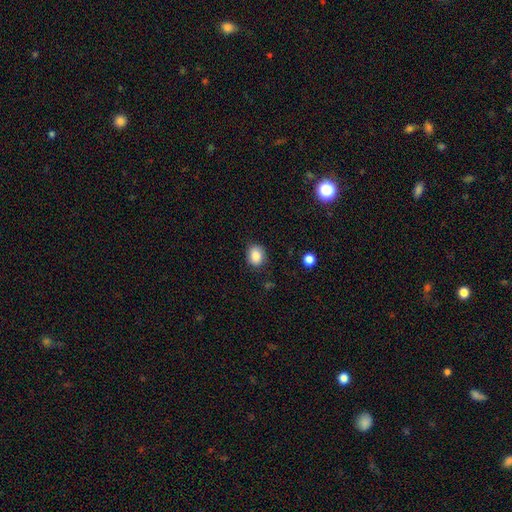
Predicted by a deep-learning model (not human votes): This is clearly a smooth galaxy (87%). How rounded: possibly round (53%). Merging: clearly none (84%).